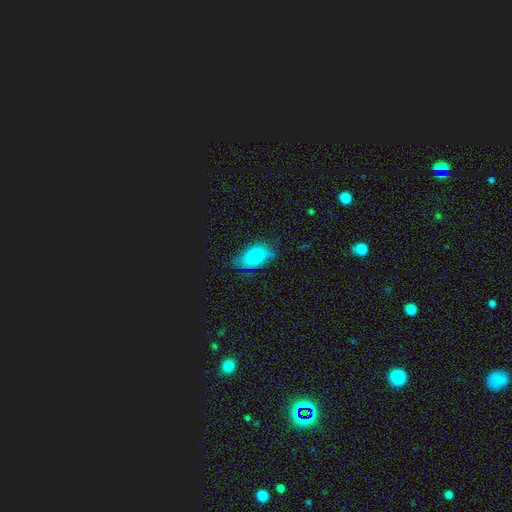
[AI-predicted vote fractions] This appears to be a smooth galaxy with no disk features (76%) that is in between round and cigar-shaped (89%). Merging: none (70%).